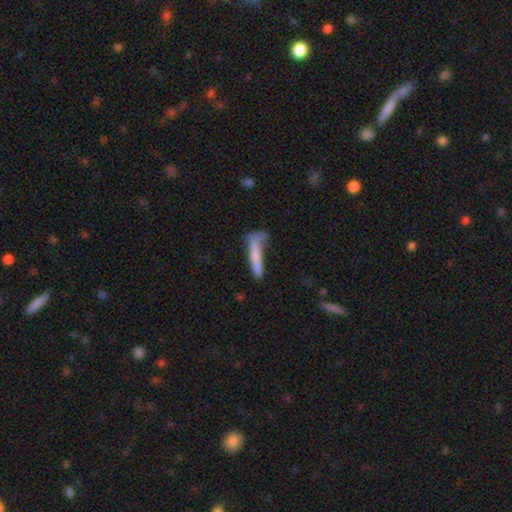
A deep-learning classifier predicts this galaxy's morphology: Smooth or featured? smooth (69%)
How rounded? cigar-shaped (90%)
Merging? none (44%)